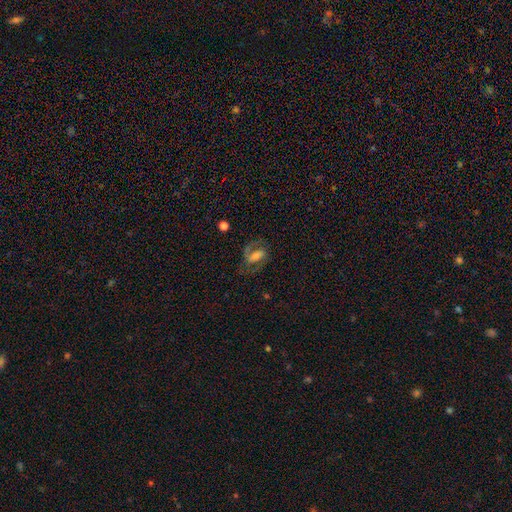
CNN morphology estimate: Smooth or featured: featured or disk — 74% (smooth — 16%)
Edge-on disk: no — 96% (yes — 4%)
Bar: weak — 42% (strong — 36%)
Spiral arms: yes — 91% (no — 9%)
Spiral winding: medium — 55% (tight — 23%)
Spiral arm count: 2 — 86% (1 — 6%)
Bulge size: moderate — 41% (small — 32%)
Merging: none — 67% (minor disturbance — 16%)